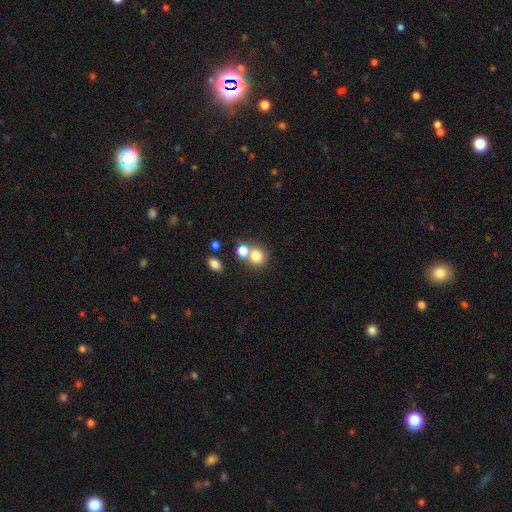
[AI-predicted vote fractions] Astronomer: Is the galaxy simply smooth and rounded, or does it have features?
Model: smooth — 78%.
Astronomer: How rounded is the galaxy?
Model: round — 83%.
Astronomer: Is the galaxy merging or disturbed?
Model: none — 49% (runner-up: merger, 40%).